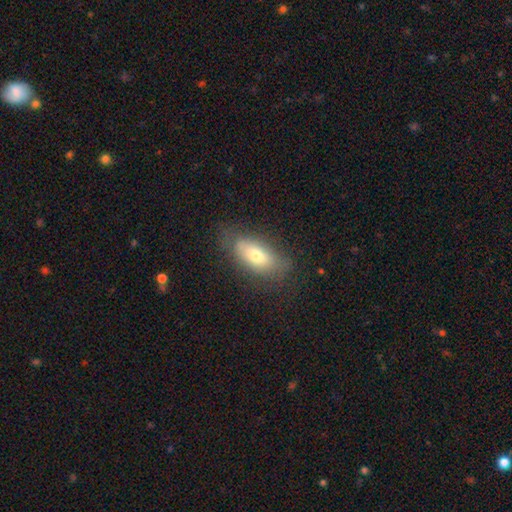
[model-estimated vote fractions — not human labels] Morphology: type=smooth (68%); roundness=in between (85%); merging=none (69%).